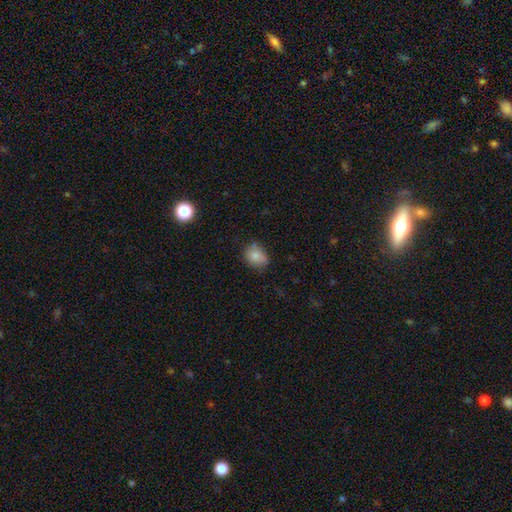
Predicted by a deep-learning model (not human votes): Smooth or featured: smooth — 80% (star or artifact — 10%)
How rounded: in between — 54% (round — 45%)
Merging: none — 60% (minor disturbance — 29%)